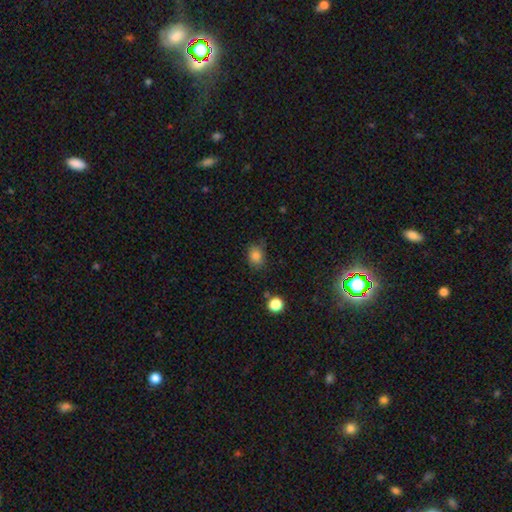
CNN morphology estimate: Smooth or featured?
  - smooth: 83% *
  - star or artifact: 12%
  - featured or disk: 5%
How rounded?
  - round: 50% *
  - in between: 49%
  - cigar-shaped: 1%
Merging?
  - none: 70% *
  - minor disturbance: 22%
  - major disturbance: 5%
  - merger: 2%